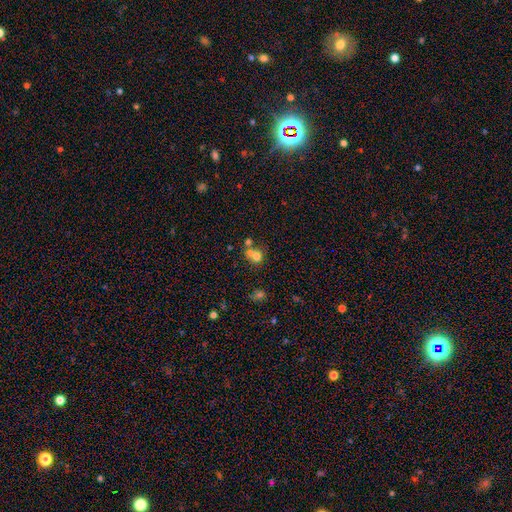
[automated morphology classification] Smooth or featured? Predicted: smooth (p=0.68). How rounded? Predicted: round (p=0.81). Merging? Predicted: merger (p=0.53).